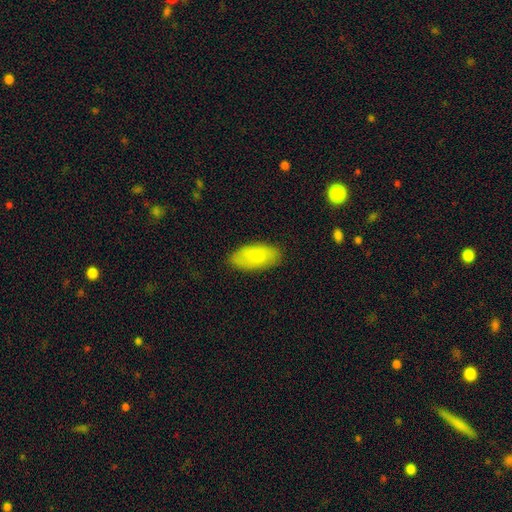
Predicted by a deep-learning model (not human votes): smooth-or-featured: smooth: 76% | featured or disk: 18% | star or artifact: 6%
  how-rounded: in between: 92% | cigar-shaped: 6% | round: 2%
  merging: none: 83% | minor disturbance: 13% | major disturbance: 3% | merger: 1%